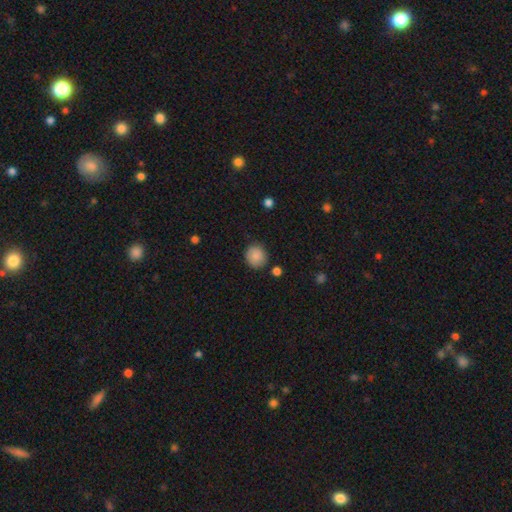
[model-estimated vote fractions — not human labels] Smooth or featured?
  - smooth: 86% *
  - star or artifact: 8%
  - featured or disk: 5%
How rounded?
  - round: 87% *
  - in between: 12%
  - cigar-shaped: 1%
Merging?
  - none: 86% *
  - minor disturbance: 9%
  - major disturbance: 2%
  - merger: 2%